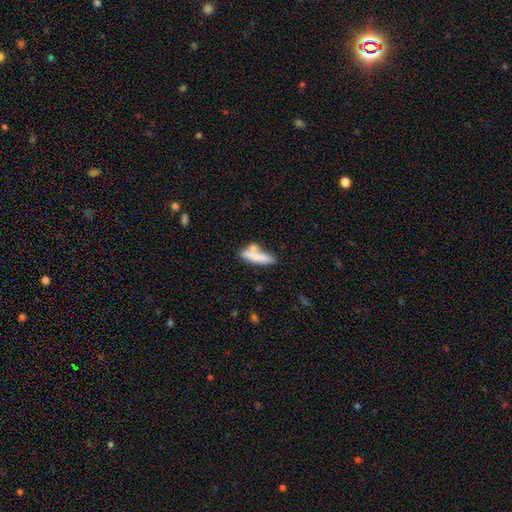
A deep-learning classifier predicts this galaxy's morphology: Smooth or featured?
  - smooth: 75% *
  - featured or disk: 18%
  - star or artifact: 7%
How rounded?
  - cigar-shaped: 68% *
  - in between: 30%
  - round: 2%
Merging?
  - none: 48% *
  - merger: 26%
  - minor disturbance: 19%
  - major disturbance: 7%